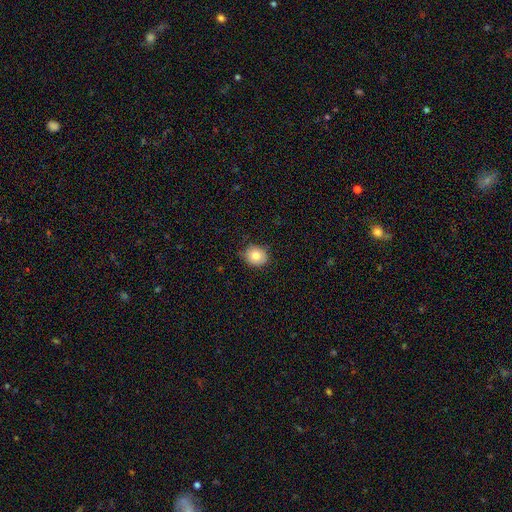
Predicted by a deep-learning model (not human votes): smooth 79%, featured or disk 12%, star or artifact 9%. Down the decision tree: how rounded — round (76%); merging — none (80%).